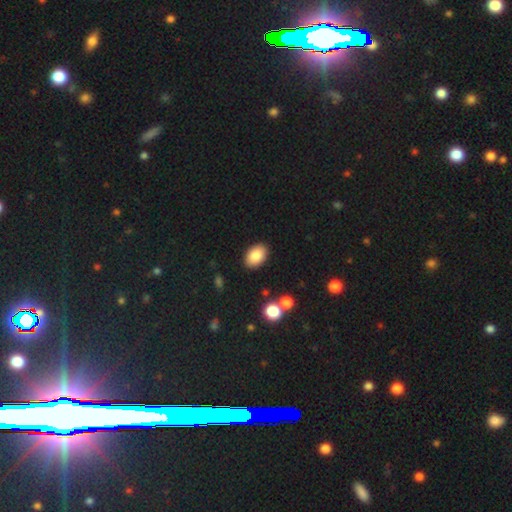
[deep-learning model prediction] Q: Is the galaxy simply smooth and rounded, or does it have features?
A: smooth — 85%.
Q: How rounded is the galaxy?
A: in between — 90%.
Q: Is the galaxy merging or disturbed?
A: none — 88%.